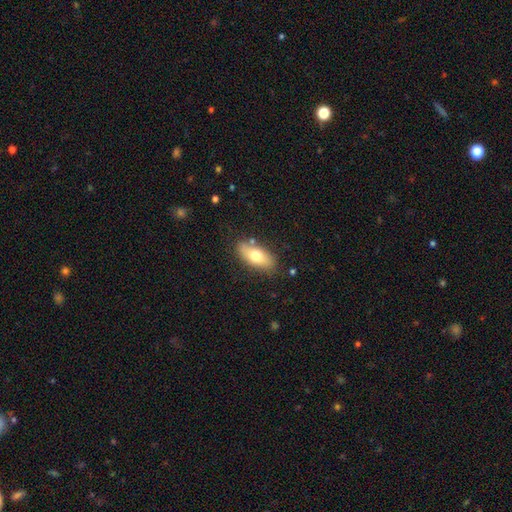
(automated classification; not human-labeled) Smooth or featured? Predicted: smooth (p=0.70). How rounded? Predicted: in between (p=0.86). Merging? Predicted: none (p=0.80).